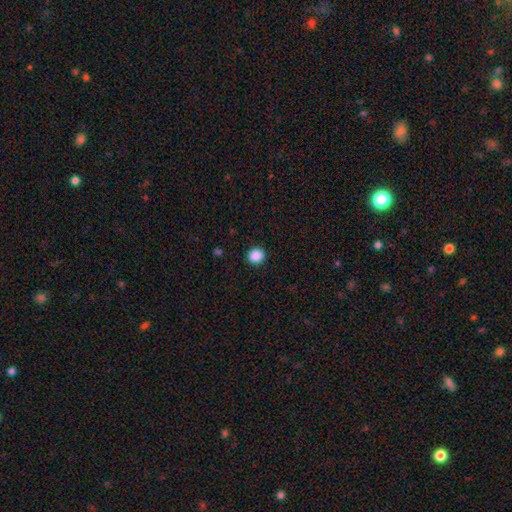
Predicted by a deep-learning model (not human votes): Smooth or featured? Predicted: smooth (p=0.88). How rounded? Predicted: round (p=0.85). Merging? Predicted: none (p=0.91).